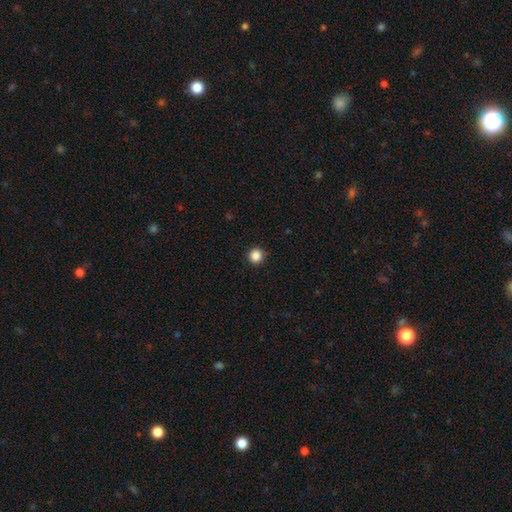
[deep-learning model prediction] smooth 86%, star or artifact 11%, featured or disk 3%. Down the decision tree: how rounded — round (95%); merging — none (92%).